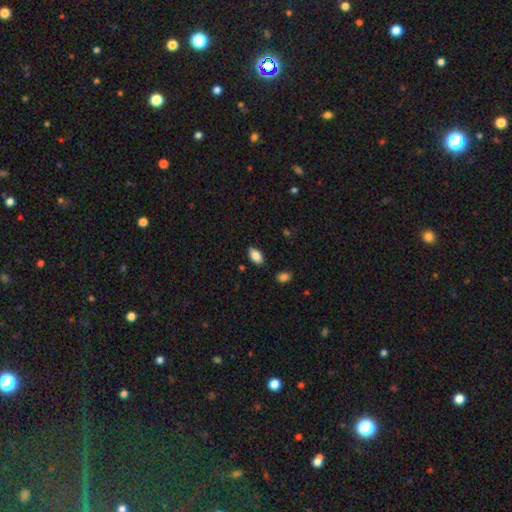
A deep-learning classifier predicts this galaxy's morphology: Smooth or featured?
  - smooth: 87% *
  - star or artifact: 8%
  - featured or disk: 6%
How rounded?
  - in between: 93% *
  - round: 5%
  - cigar-shaped: 3%
Merging?
  - none: 85% *
  - minor disturbance: 11%
  - major disturbance: 2%
  - merger: 2%